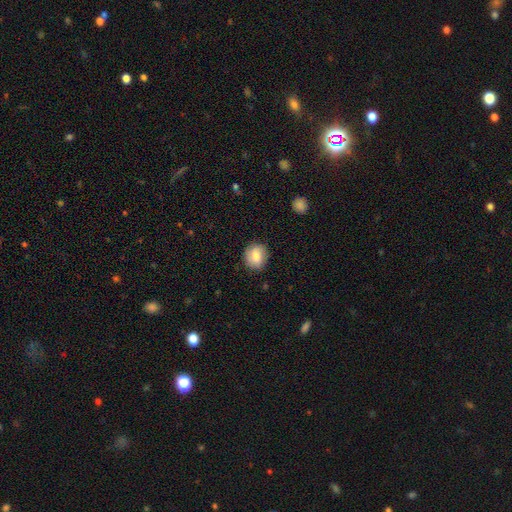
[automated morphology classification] This is likely a smooth galaxy (75%). How rounded: clearly round (82%). Merging: clearly none (84%).